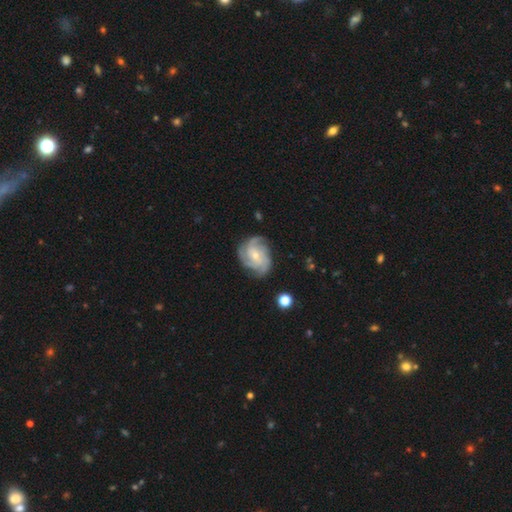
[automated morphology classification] Q: Smooth or featured?
A: featured or disk (85%); runner-up: smooth (9%)
Q: Edge-on disk?
A: no (98%); runner-up: yes (2%)
Q: Bar?
A: no (69%); runner-up: weak (26%)
Q: Spiral arms?
A: yes (97%); runner-up: no (3%)
Q: Spiral winding?
A: tight (50%); runner-up: medium (40%)
Q: Spiral arm count?
A: 3 (34%); runner-up: 4 (29%)
Q: Bulge size?
A: small (62%); runner-up: moderate (35%)
Q: Merging?
A: none (72%); runner-up: minor disturbance (20%)